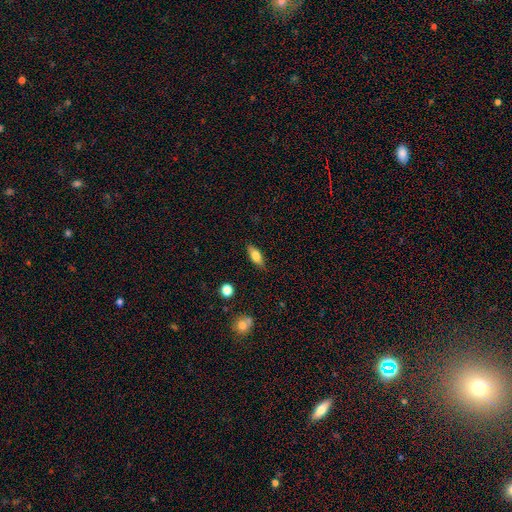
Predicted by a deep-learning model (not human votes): The model was most divided on "smooth or featured": smooth: 70%, featured or disk: 22%, star or artifact: 8%. More confident: merging — none (84%); how rounded — in between (75%).